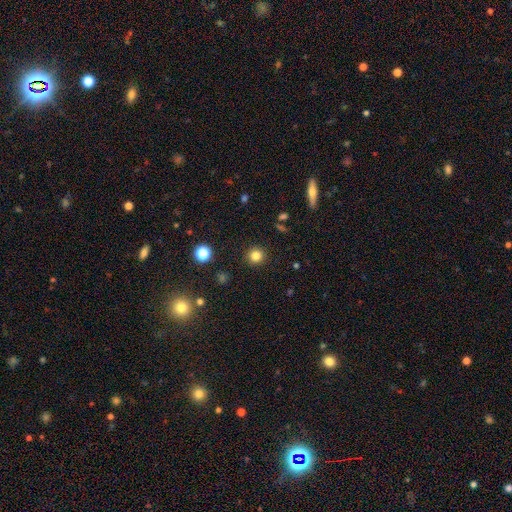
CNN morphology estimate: smooth-or-featured: smooth: 81% | star or artifact: 13% | featured or disk: 5%
  how-rounded: round: 94% | in between: 5% | cigar-shaped: 1%
  merging: none: 91% | minor disturbance: 5% | major disturbance: 2% | merger: 1%